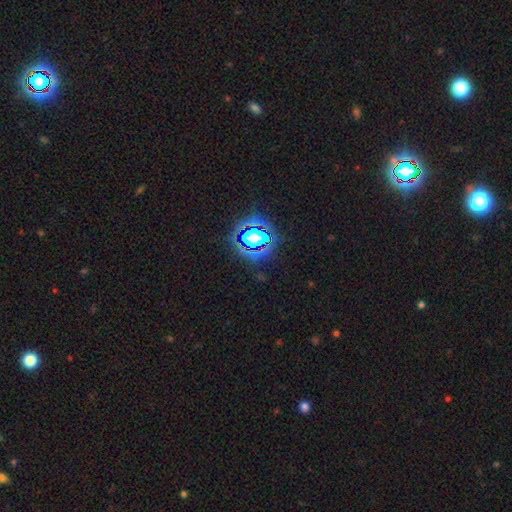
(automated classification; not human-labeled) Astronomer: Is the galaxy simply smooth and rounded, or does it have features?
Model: star or artifact — 79%.